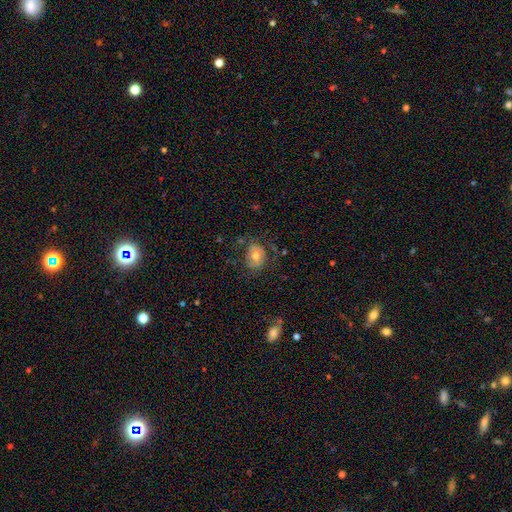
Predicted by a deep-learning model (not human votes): Q: Smooth or featured?
A: smooth (51%); runner-up: featured or disk (37%)
Q: How rounded?
A: round (54%); runner-up: in between (45%)
Q: Merging?
A: none (65%); runner-up: minor disturbance (19%)